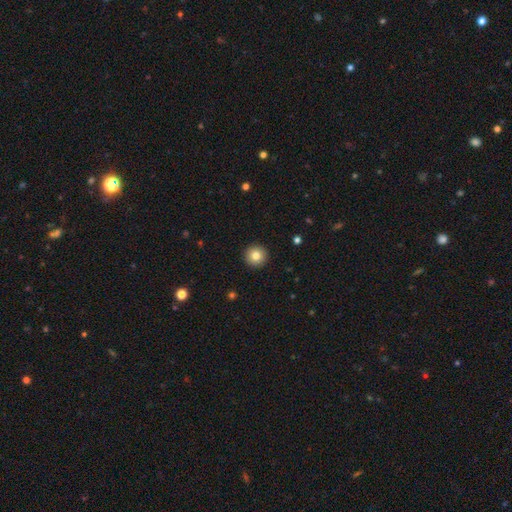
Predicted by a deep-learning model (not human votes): Smooth or featured? Predicted: smooth (p=0.82). How rounded? Predicted: round (p=0.96). Merging? Predicted: none (p=0.93).